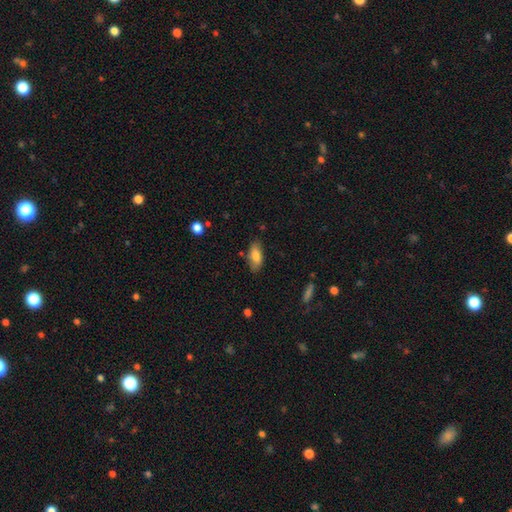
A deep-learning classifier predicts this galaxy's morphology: A smooth galaxy with no disk features (75%) that is in between round and cigar-shaped (85%).

Vote fractions:
- Smooth or featured? smooth: 75% / featured or disk: 18% / star or artifact: 7%
- How rounded? in between: 85% / cigar-shaped: 12% / round: 3%
- Merging? none: 78% / minor disturbance: 17% / major disturbance: 3% / merger: 2%